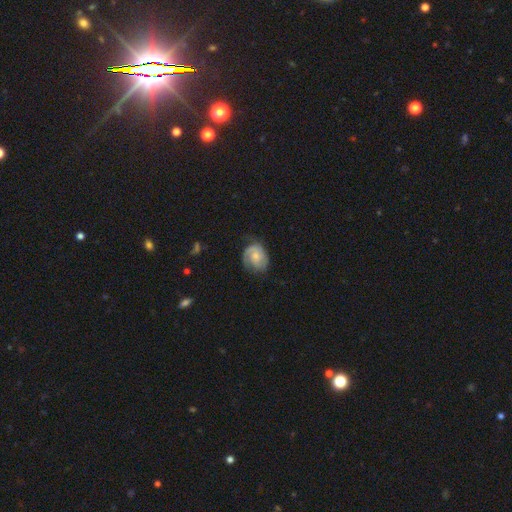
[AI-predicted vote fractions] Overall: featured or disk (60%; smooth 33%). Edge-on disk: no (97%). Bar: no (68%). Spiral arms: yes (91%). Spiral arm count: 2 (53%; can't tell 18%). Spiral winding: tight (45%; medium 40%). Bulge size: small (42%; moderate 41%). Merging: none (64%; minor disturbance 24%).